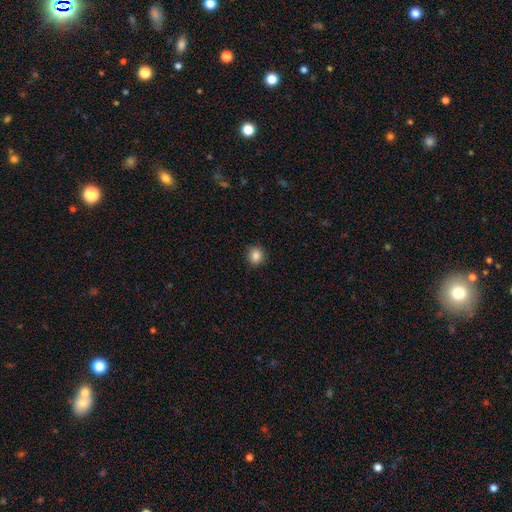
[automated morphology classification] Smooth or featured? Predicted: smooth (p=0.86). How rounded? Predicted: round (p=0.86). Merging? Predicted: none (p=0.90).